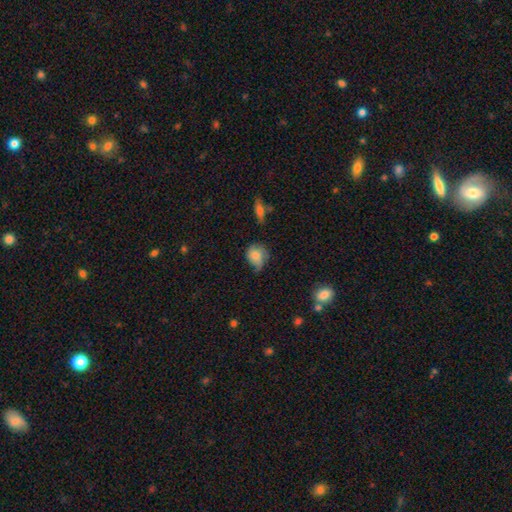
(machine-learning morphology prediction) smooth 74%, featured or disk 17%, star or artifact 9%. Down the decision tree: how rounded — round (57%); merging — minor disturbance (42%).